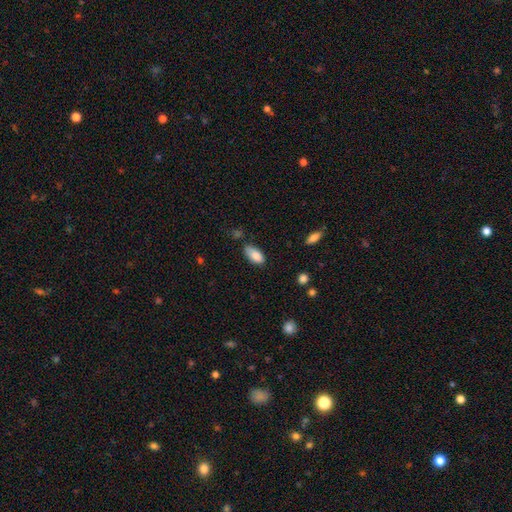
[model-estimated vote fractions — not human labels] smooth_or_featured: smooth (p=0.83) [alt: featured or disk p=0.10]
how_rounded: in between (p=0.90) [alt: cigar-shaped p=0.07]
merging: none (p=0.63) [alt: minor disturbance p=0.28]